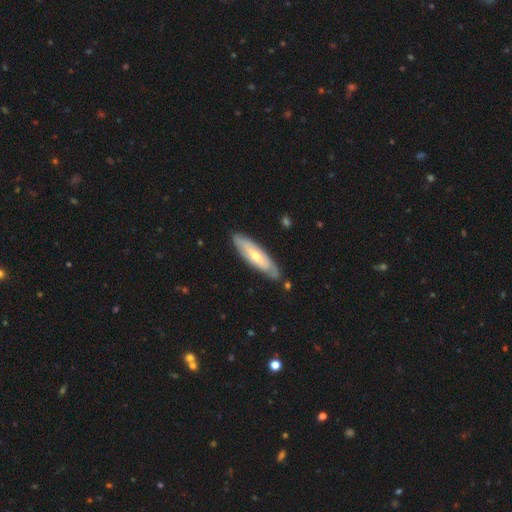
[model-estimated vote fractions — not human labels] A featured or disk galaxy (51%) viewed edge-on (51%).

Vote fractions:
- Smooth or featured? featured or disk: 51% / smooth: 40% / star or artifact: 9%
- Edge-on disk? yes: 51% / no: 49%
- Merging? none: 82% / minor disturbance: 14% / major disturbance: 3% / merger: 2%